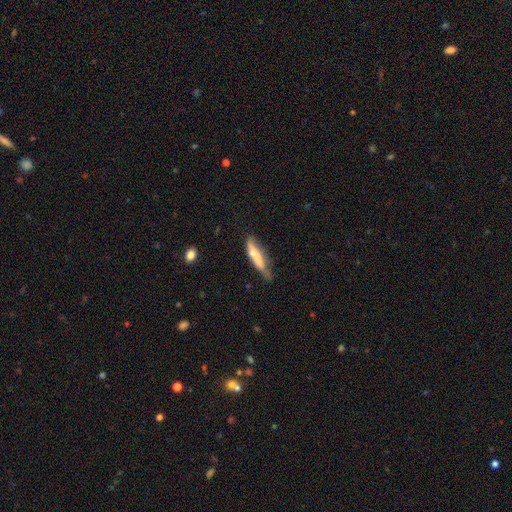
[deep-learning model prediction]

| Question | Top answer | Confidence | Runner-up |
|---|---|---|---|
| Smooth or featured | smooth | 65% | featured or disk (29%) |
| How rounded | cigar-shaped | 77% | in between (22%) |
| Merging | none | 42% | minor disturbance (36%) |